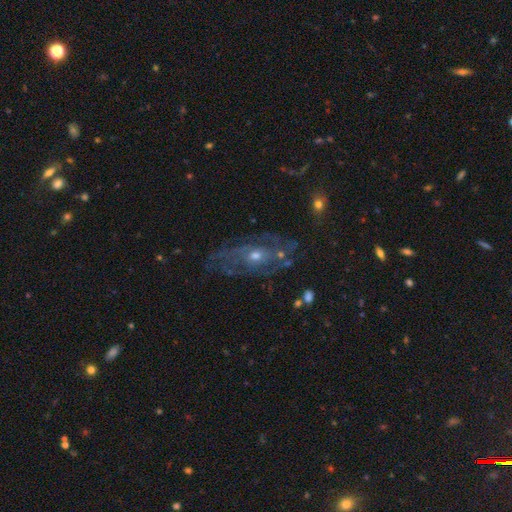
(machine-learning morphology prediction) This is likely a featured or disk galaxy (78%). It is clearly not viewed edge-on (91%). Bar: likely no (79%). Spiral arm pattern: likely yes (78%). Spiral arm count: possibly can't tell (48%). Spiral winding: possibly tight (47%). Central bulge: possibly moderate (52%). Merging: likely none (65%).